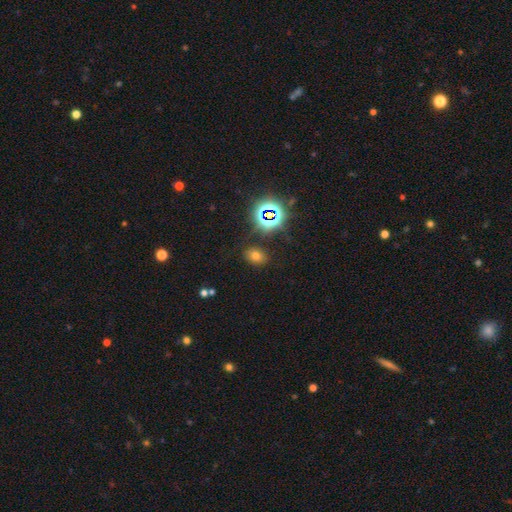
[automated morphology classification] Smooth or featured? smooth (63%)
How rounded? in between (61%)
Merging? none (84%)